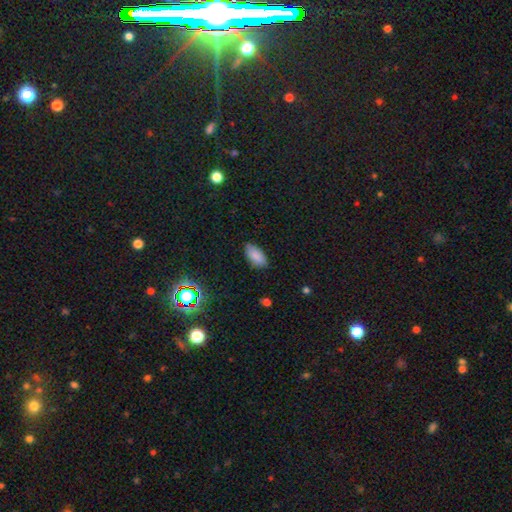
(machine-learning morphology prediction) smooth-or-featured: smooth: 85% | star or artifact: 10% | featured or disk: 5%
  how-rounded: in between: 92% | cigar-shaped: 5% | round: 3%
  merging: none: 81% | minor disturbance: 16% | major disturbance: 3% | merger: 1%